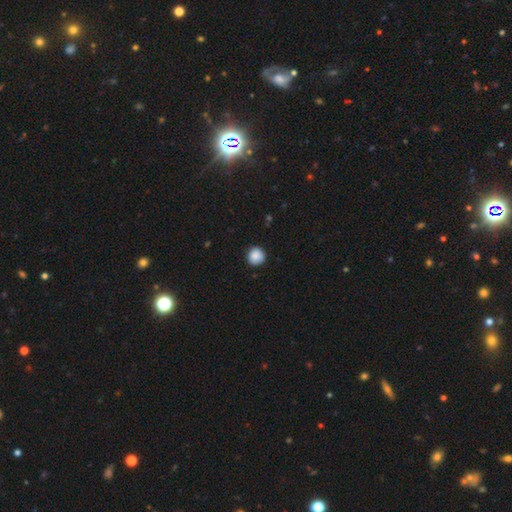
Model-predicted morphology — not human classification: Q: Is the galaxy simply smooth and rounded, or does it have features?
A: smooth — 88%.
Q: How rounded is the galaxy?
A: round — 94%.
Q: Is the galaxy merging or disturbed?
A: none — 90%.